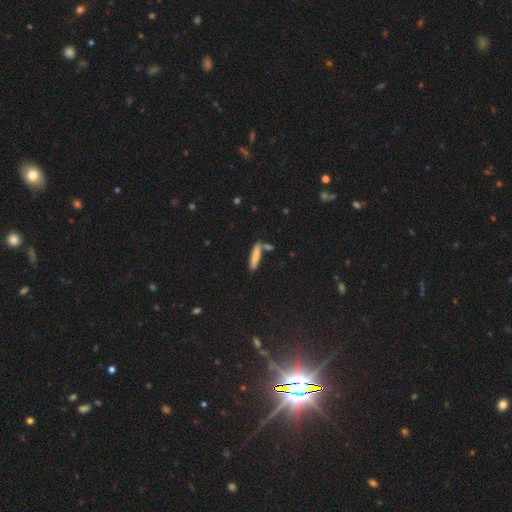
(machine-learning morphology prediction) This appears to be a smooth galaxy with no disk features (79%) that is cigar-shaped (83%). Merging: none (68%).